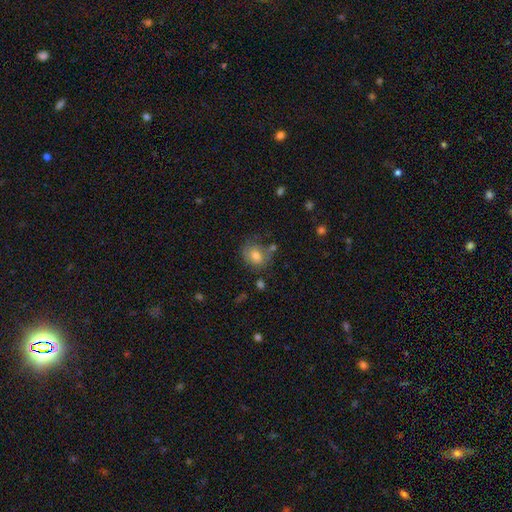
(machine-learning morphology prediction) smooth-or-featured: smooth: 71% | featured or disk: 20% | star or artifact: 9%
  how-rounded: round: 53% | in between: 46% | cigar-shaped: 1%
  merging: none: 57% | minor disturbance: 24% | major disturbance: 10% | merger: 9%